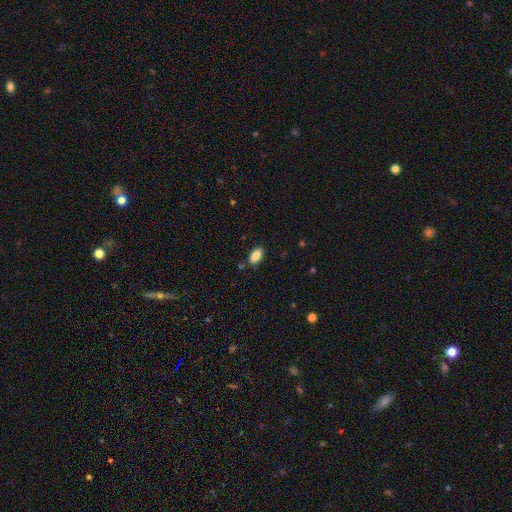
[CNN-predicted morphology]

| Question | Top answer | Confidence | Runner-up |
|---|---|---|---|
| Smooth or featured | smooth | 85% | star or artifact (8%) |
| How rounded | in between | 91% | cigar-shaped (5%) |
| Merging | none | 84% | minor disturbance (11%) |